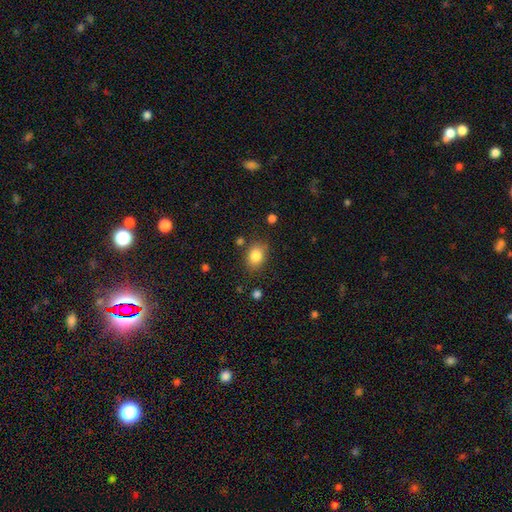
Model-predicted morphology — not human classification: smooth-or-featured: smooth: 84% | star or artifact: 9% | featured or disk: 7%
  how-rounded: in between: 64% | round: 35% | cigar-shaped: 1%
  merging: none: 78% | minor disturbance: 14% | major disturbance: 4% | merger: 4%